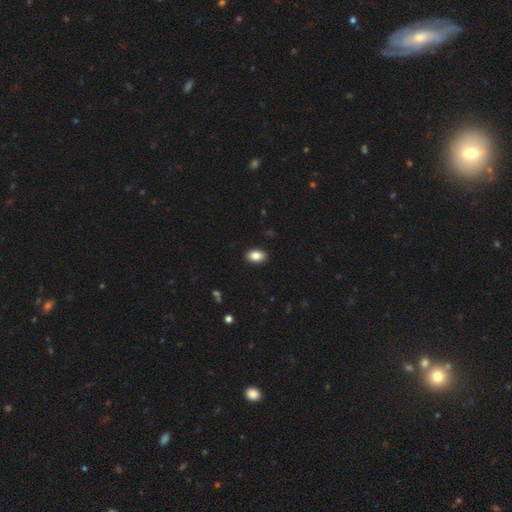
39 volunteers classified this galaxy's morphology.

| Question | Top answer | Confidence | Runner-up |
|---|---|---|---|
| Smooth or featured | smooth | 74% | featured or disk (15%) |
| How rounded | in between | 100% | — |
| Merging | none | 100% | — |